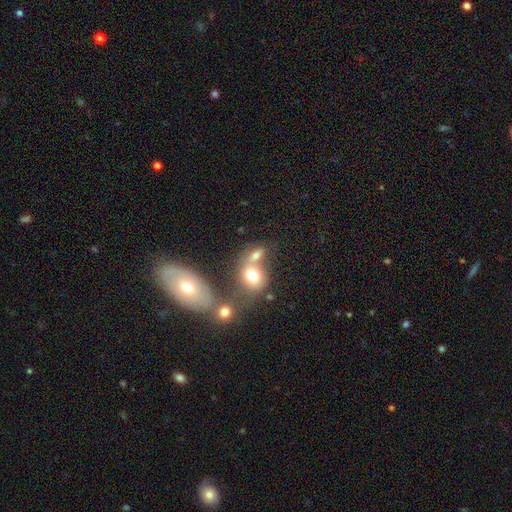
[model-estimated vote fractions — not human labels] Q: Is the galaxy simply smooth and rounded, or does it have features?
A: smooth — 70%.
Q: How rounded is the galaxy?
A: in between — 53%.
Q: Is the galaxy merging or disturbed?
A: merger — 48%.